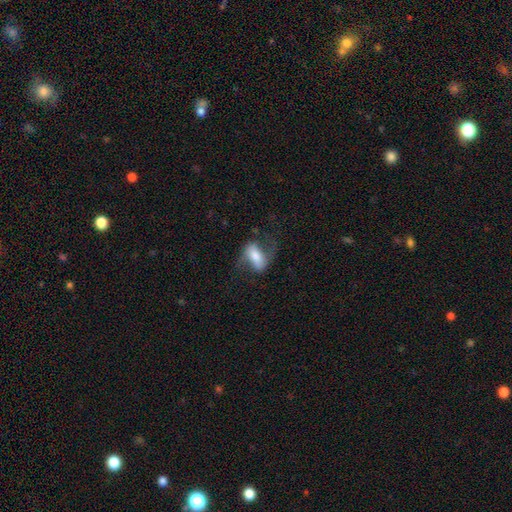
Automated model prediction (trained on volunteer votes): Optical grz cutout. It shows a featured or disk galaxy (52%). Merging: none (57%).